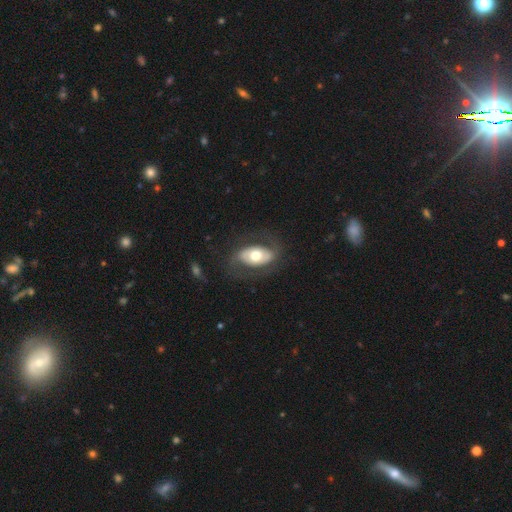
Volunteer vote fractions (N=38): A featured or disk galaxy (55%) with no bar (75%), no spiral arms (60%) and a moderate central bulge (55%). Merging: none (71%).